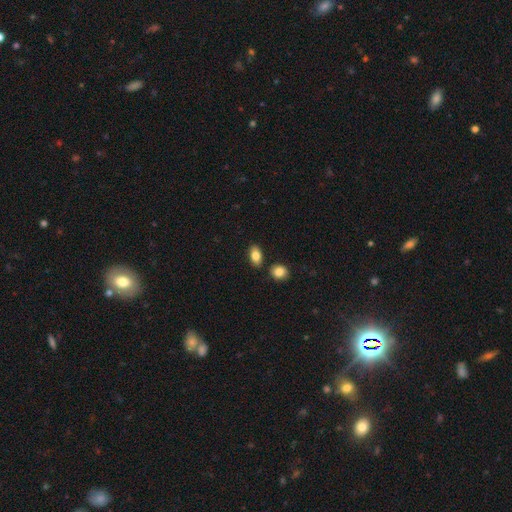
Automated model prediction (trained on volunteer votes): Overall: smooth (83%). How rounded: in between (89%). Merging: none (81%).